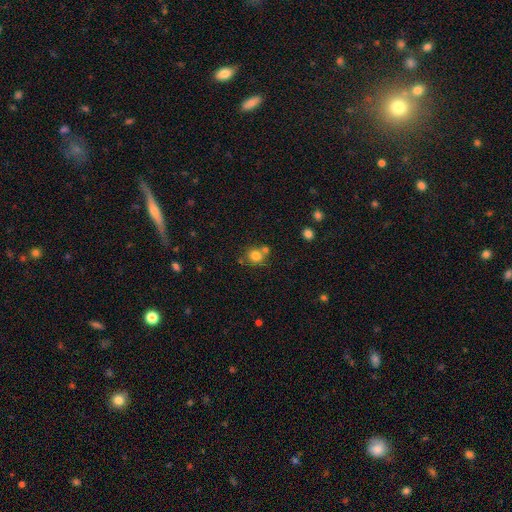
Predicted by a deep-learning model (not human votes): A smooth galaxy with no disk features (80%) that is round (86%). Merging: none (60%).